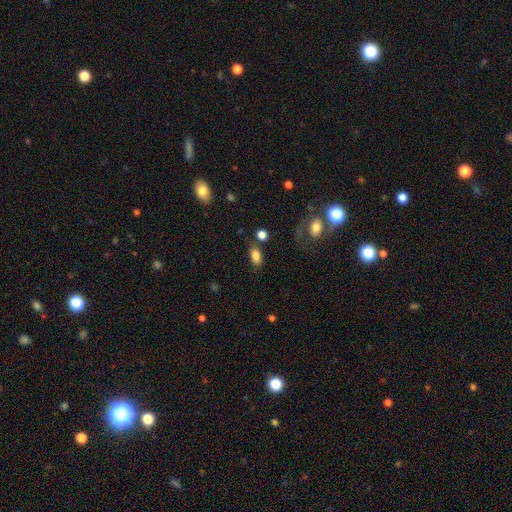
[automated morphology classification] Smooth or featured? smooth (83%)
How rounded? in between (88%)
Merging? none (74%)